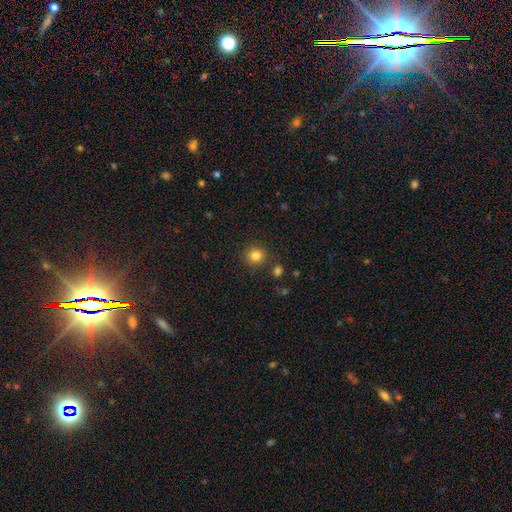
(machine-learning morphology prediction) Smooth or featured?
  - smooth: 83% *
  - star or artifact: 12%
  - featured or disk: 5%
How rounded?
  - round: 89% *
  - in between: 10%
  - cigar-shaped: 1%
Merging?
  - none: 86% *
  - minor disturbance: 8%
  - merger: 4%
  - major disturbance: 2%